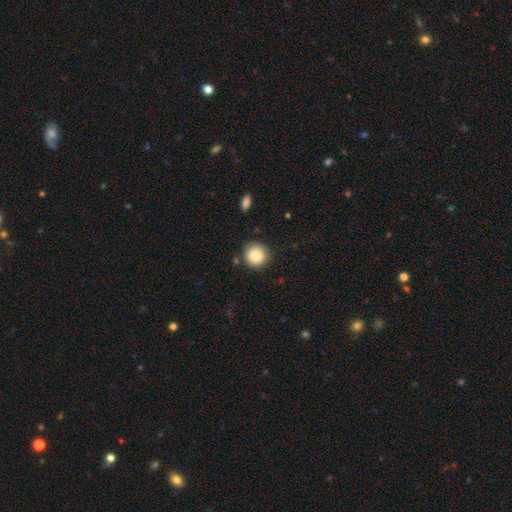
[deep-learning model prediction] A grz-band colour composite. It shows a smooth galaxy with no disk features (86%) that is round (92%). Merging: none (85%).